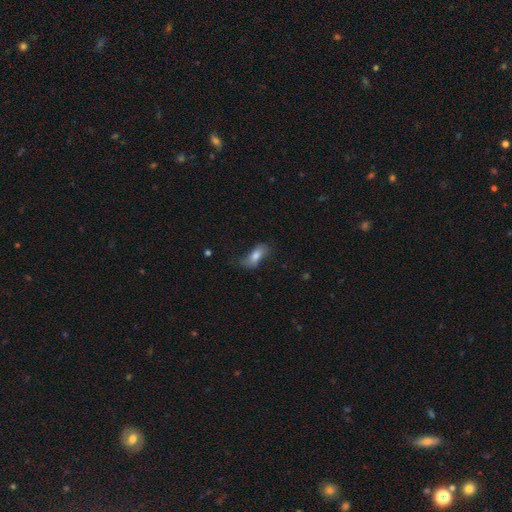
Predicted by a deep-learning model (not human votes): Smooth or featured? Predicted: smooth (p=0.73). How rounded? Predicted: in between (p=0.79). Merging? Predicted: none (p=0.52).